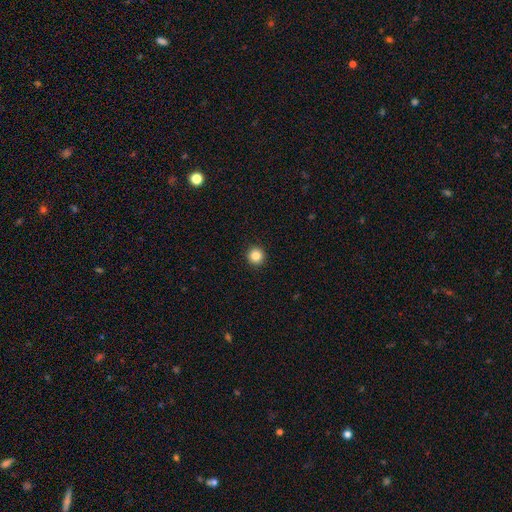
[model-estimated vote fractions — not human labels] Overall: smooth (85%). How rounded: round (95%). Merging: none (93%).